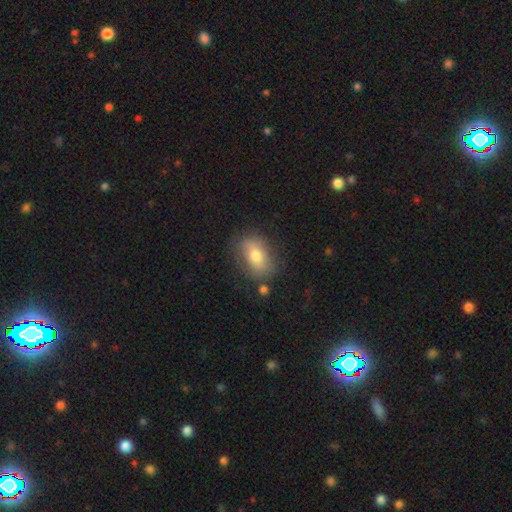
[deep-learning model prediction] The model was most divided on "smooth or featured": smooth: 64%, featured or disk: 28%, star or artifact: 8%. More confident: how rounded — in between (82%); merging — none (74%).